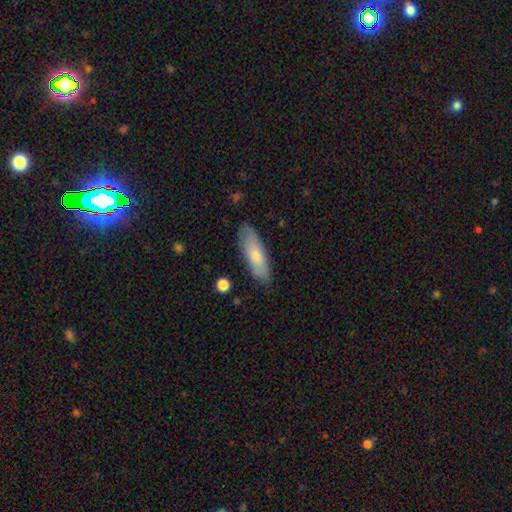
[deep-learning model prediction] Q: Smooth or featured?
A: smooth (68%); runner-up: featured or disk (26%)
Q: How rounded?
A: in between (55%); runner-up: cigar-shaped (43%)
Q: Merging?
A: none (84%); runner-up: minor disturbance (12%)